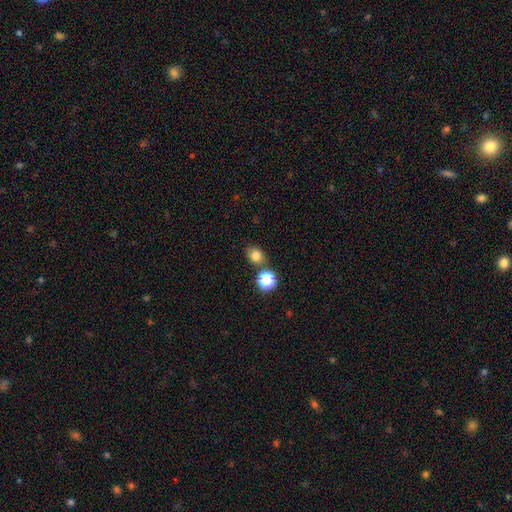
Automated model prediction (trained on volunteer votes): Q: Smooth or featured?
A: smooth (78%); runner-up: star or artifact (16%)
Q: How rounded?
A: round (65%); runner-up: in between (34%)
Q: Merging?
A: none (75%); runner-up: merger (12%)